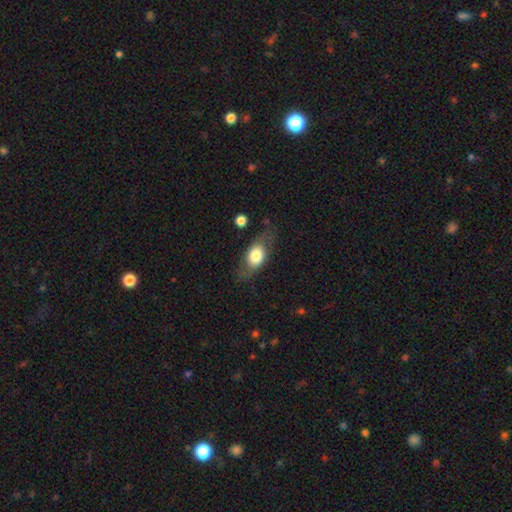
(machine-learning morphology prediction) Smooth or featured?
  - smooth: 63% *
  - featured or disk: 30%
  - star or artifact: 7%
How rounded?
  - in between: 75% *
  - round: 17%
  - cigar-shaped: 8%
Merging?
  - none: 69% *
  - minor disturbance: 19%
  - major disturbance: 9%
  - merger: 2%